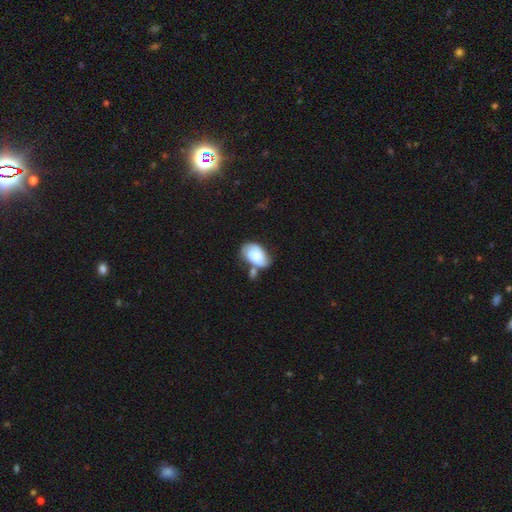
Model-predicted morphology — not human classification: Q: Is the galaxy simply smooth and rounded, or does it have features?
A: smooth — 56%.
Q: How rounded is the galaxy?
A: in between — 91%.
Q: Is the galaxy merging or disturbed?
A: none — 36%.